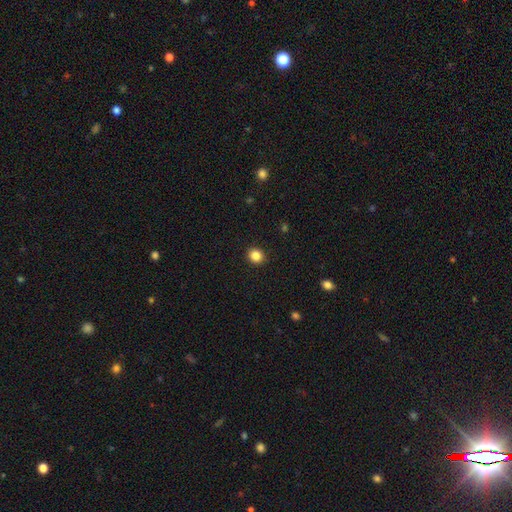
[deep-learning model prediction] Q: Smooth or featured?
A: smooth (85%); runner-up: star or artifact (11%)
Q: How rounded?
A: round (80%); runner-up: in between (19%)
Q: Merging?
A: none (92%); runner-up: minor disturbance (5%)